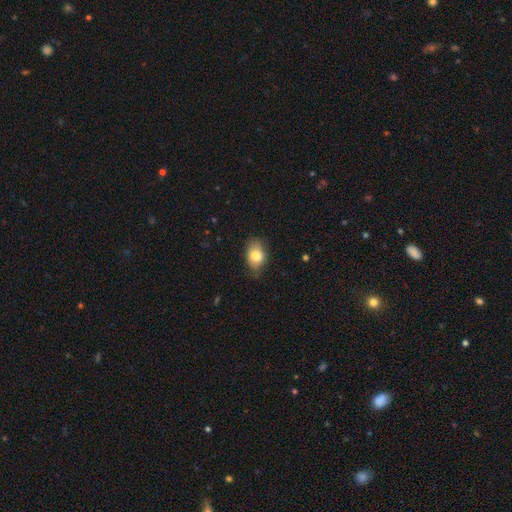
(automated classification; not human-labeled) Overall: smooth (81%). How rounded: in between (81%). Merging: none (67%).